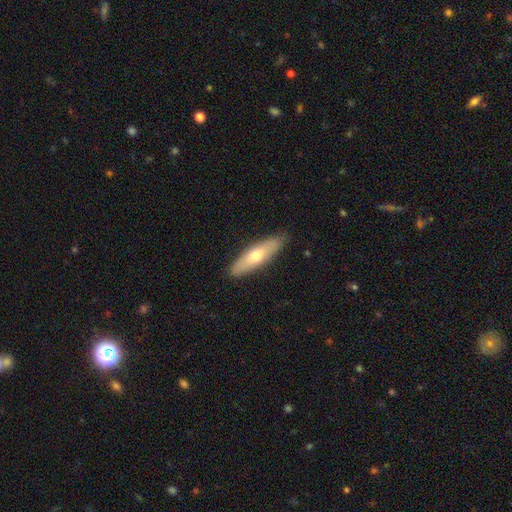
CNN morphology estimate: Smooth or featured?
  - smooth: 58% *
  - featured or disk: 36%
  - star or artifact: 6%
How rounded?
  - cigar-shaped: 66% *
  - in between: 32%
  - round: 2%
Merging?
  - none: 88% *
  - minor disturbance: 9%
  - major disturbance: 2%
  - merger: 1%